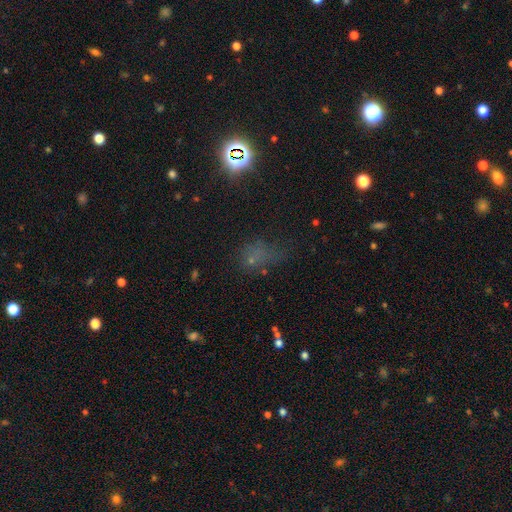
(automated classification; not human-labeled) A star or artifact, not a galaxy (42%).

Vote fractions:
- Smooth or featured? star or artifact: 42% / smooth: 41% / featured or disk: 17%